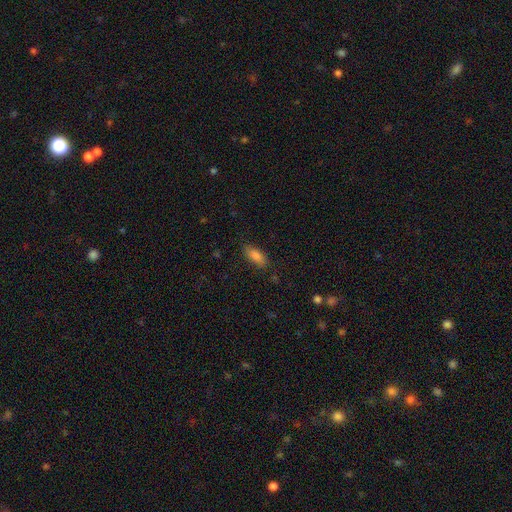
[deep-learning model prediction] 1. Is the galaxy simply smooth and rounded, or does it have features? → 84% smooth, 8% featured or disk, 8% star or artifact.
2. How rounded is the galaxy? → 82% in between, 16% cigar-shaped, 2% round.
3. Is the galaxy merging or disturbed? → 83% none, 13% minor disturbance, 3% major disturbance, 1% merger.